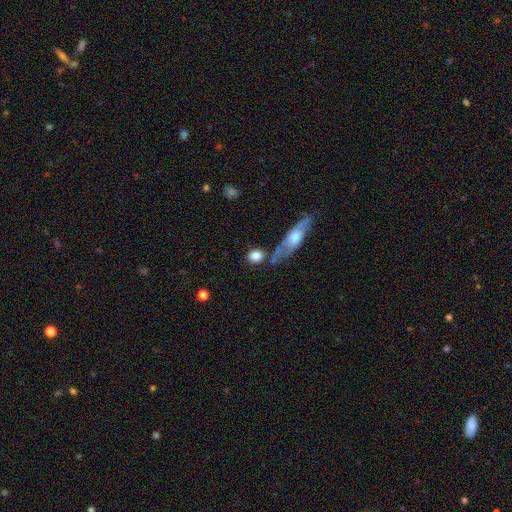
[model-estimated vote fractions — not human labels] Smooth or featured: smooth — 80% (featured or disk — 13%)
How rounded: round — 57% (in between — 37%)
Merging: none — 61% (merger — 18%)